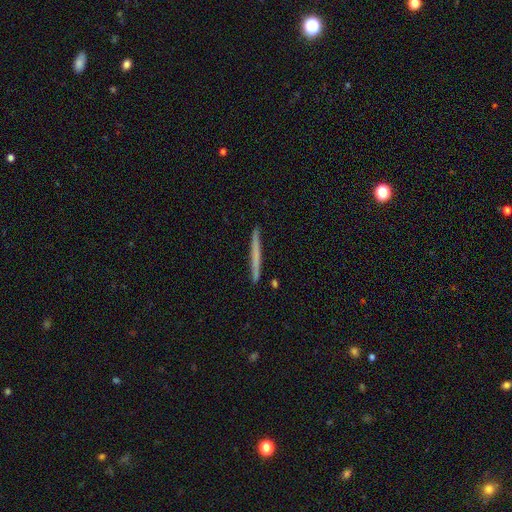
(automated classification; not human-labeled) Smooth or featured: smooth — 54% (featured or disk — 40%)
How rounded: cigar-shaped — 97% (in between — 2%)
Merging: none — 91% (minor disturbance — 6%)